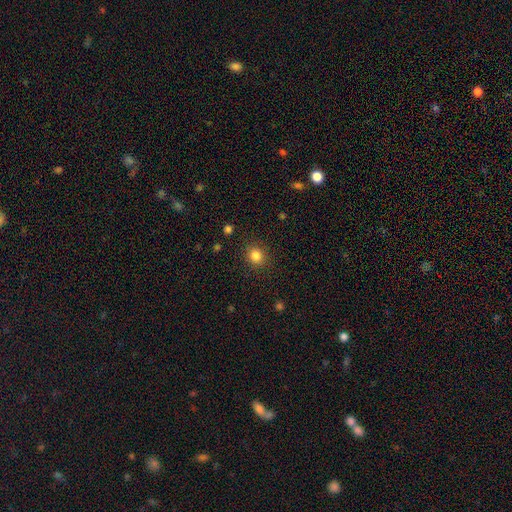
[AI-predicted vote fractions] The model was most divided on "how rounded": round: 79%, in between: 20%, cigar-shaped: 1%. More confident: merging — none (89%); smooth or featured — smooth (85%).